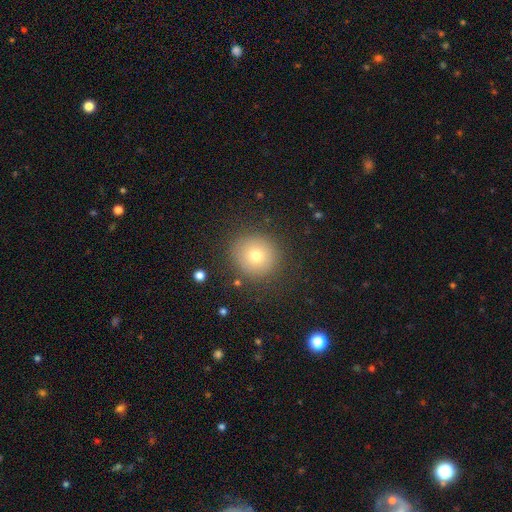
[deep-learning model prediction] Q: Smooth or featured?
A: smooth (73%); runner-up: featured or disk (14%)
Q: How rounded?
A: round (93%); runner-up: in between (6%)
Q: Merging?
A: none (87%); runner-up: minor disturbance (8%)